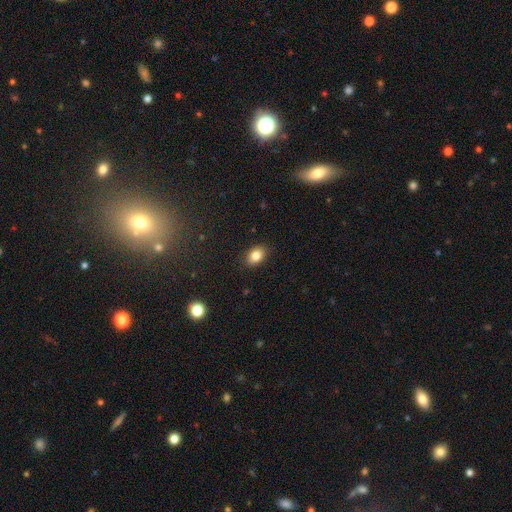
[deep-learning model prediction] Smooth or featured? Predicted: smooth (p=0.84). How rounded? Predicted: in between (p=0.80). Merging? Predicted: none (p=0.88).